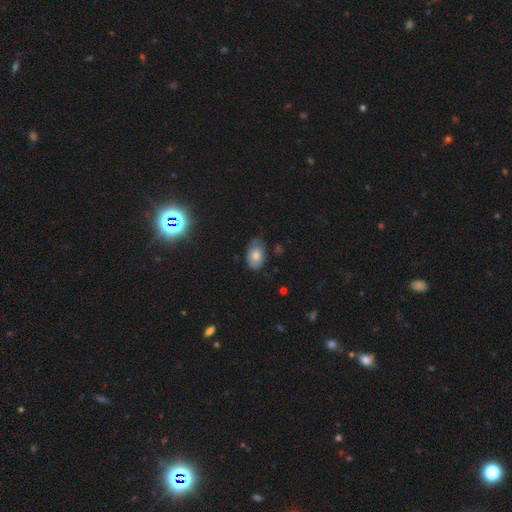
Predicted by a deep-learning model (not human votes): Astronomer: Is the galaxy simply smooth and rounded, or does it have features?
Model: smooth — 70%.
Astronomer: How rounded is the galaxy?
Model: in between — 89%.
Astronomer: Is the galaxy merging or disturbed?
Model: none — 62%.